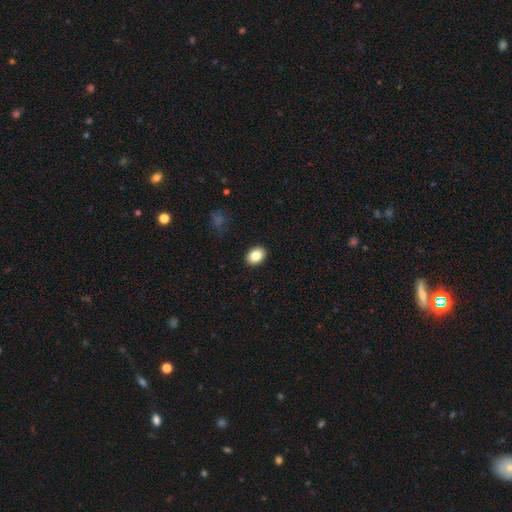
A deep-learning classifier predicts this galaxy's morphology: A smooth galaxy with no disk features (83%) that is in between round and cigar-shaped (73%).

Vote fractions:
- Smooth or featured? smooth: 83% / star or artifact: 8% / featured or disk: 8%
- How rounded? in between: 73% / round: 26% / cigar-shaped: 1%
- Merging? none: 90% / minor disturbance: 7% / major disturbance: 2% / merger: 1%